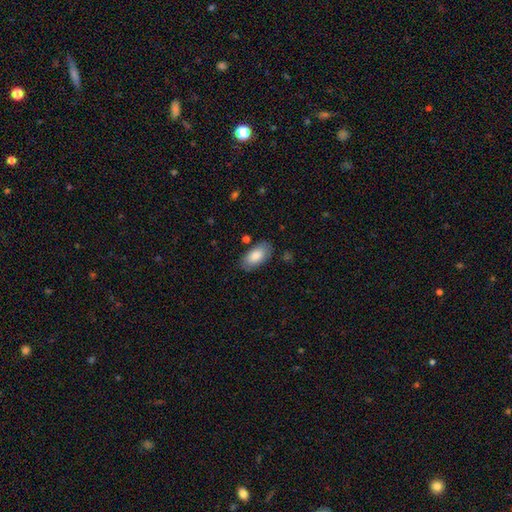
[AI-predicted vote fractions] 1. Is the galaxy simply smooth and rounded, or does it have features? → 84% smooth, 11% featured or disk, 6% star or artifact.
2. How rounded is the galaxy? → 94% in between, 3% cigar-shaped, 2% round.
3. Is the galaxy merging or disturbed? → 81% none, 13% minor disturbance, 3% major disturbance, 2% merger.